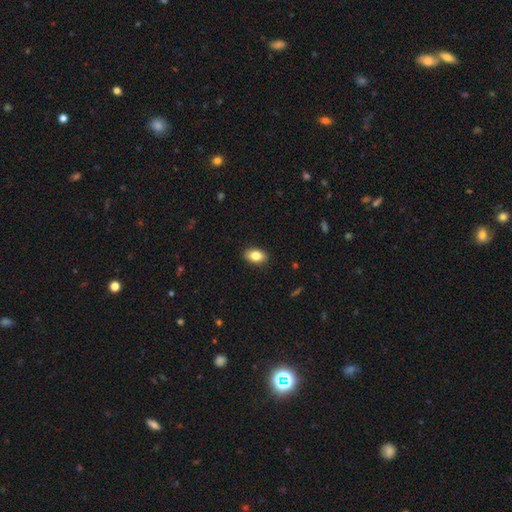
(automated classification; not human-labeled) This is clearly a smooth galaxy (83%). How rounded: clearly in between (89%). Merging: clearly none (90%).